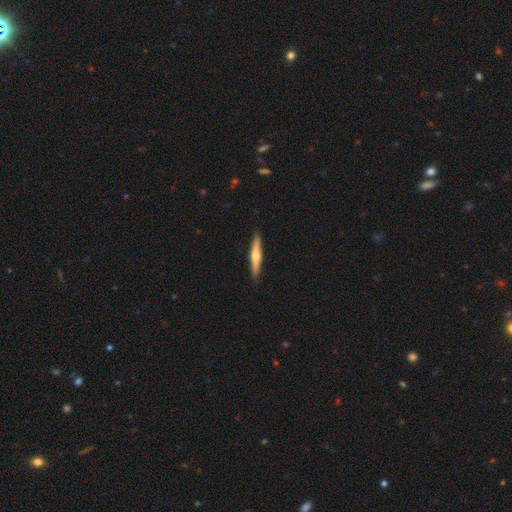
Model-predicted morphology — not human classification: Smooth or featured?
  - featured or disk: 60% *
  - smooth: 35%
  - star or artifact: 5%
Edge-on disk?
  - yes: 96% *
  - no: 4%
Edge-on bulge?
  - rounded: 91% *
  - none: 6%
  - boxy: 3%
Merging?
  - none: 91% *
  - minor disturbance: 7%
  - major disturbance: 1%
  - merger: 1%